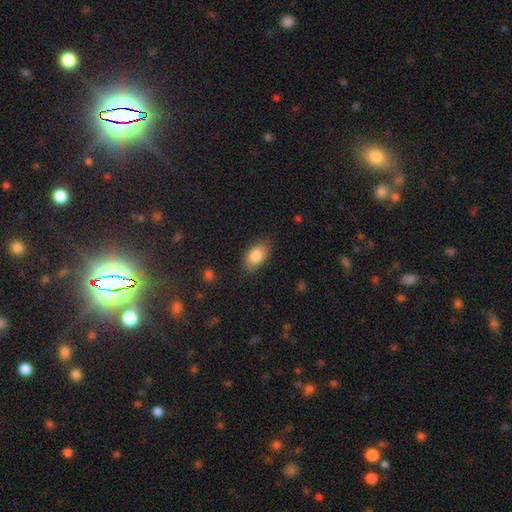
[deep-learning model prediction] Smooth or featured: smooth — 84% (featured or disk — 9%)
How rounded: in between — 91% (round — 7%)
Merging: none — 81% (minor disturbance — 14%)